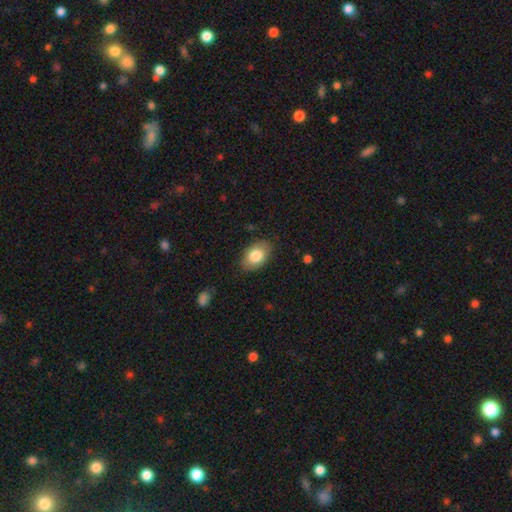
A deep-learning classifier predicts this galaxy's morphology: This is clearly a smooth galaxy (81%). How rounded: clearly in between (88%). Merging: clearly none (82%).